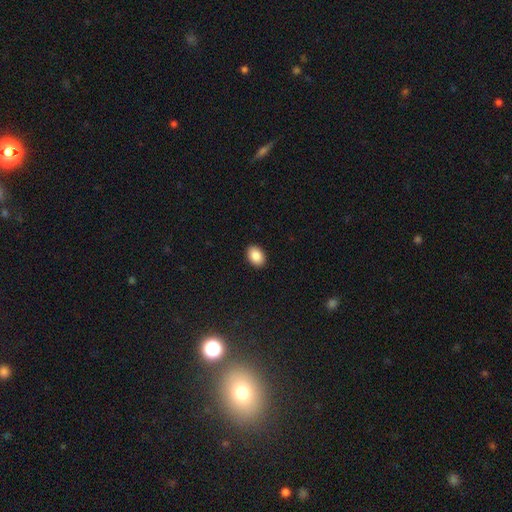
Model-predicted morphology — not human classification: Smooth or featured? smooth (88%)
How rounded? in between (82%)
Merging? none (91%)